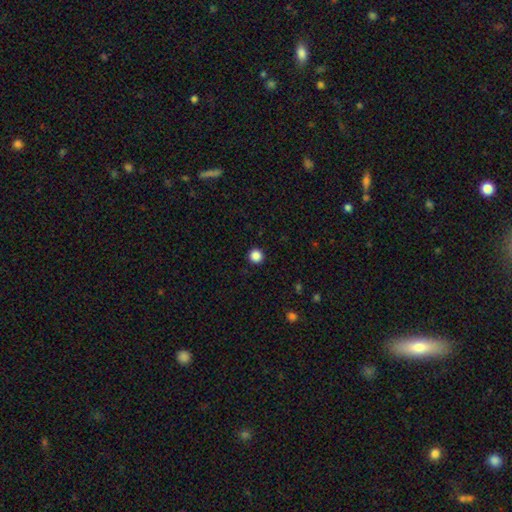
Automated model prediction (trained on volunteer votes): smooth_or_featured: smooth (p=0.87) [alt: star or artifact p=0.11]
how_rounded: round (p=0.96) [alt: in between p=0.03]
merging: none (p=0.93) [alt: minor disturbance p=0.04]